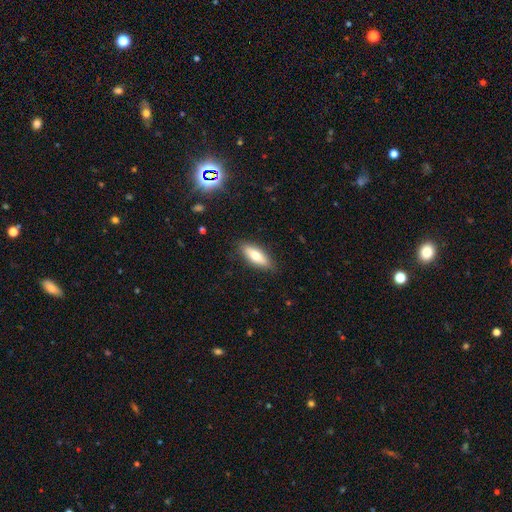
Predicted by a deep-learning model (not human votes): This appears to be a smooth galaxy with no disk features (71%) that is in between round and cigar-shaped (66%). Merging: none (86%).